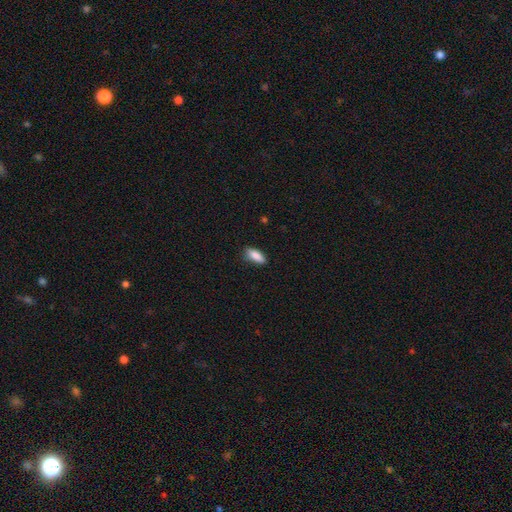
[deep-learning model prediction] This appears to be a smooth galaxy with no disk features (87%) that is in between round and cigar-shaped (76%). Merging: none (82%).